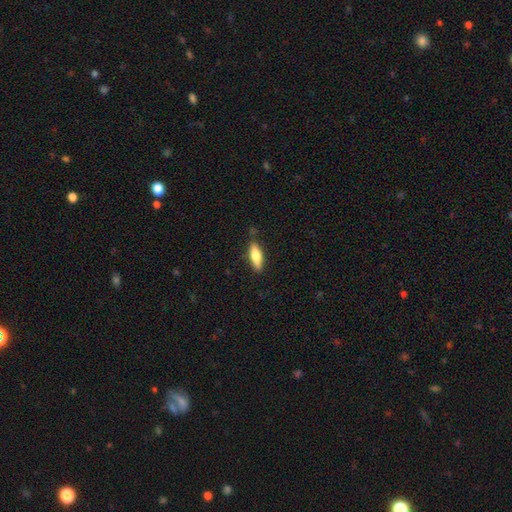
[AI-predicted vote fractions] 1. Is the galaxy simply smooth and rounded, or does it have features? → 70% smooth, 25% featured or disk, 6% star or artifact.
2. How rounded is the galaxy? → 50% in between, 48% cigar-shaped, 2% round.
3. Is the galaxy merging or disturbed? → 81% none, 14% minor disturbance, 3% major disturbance, 2% merger.